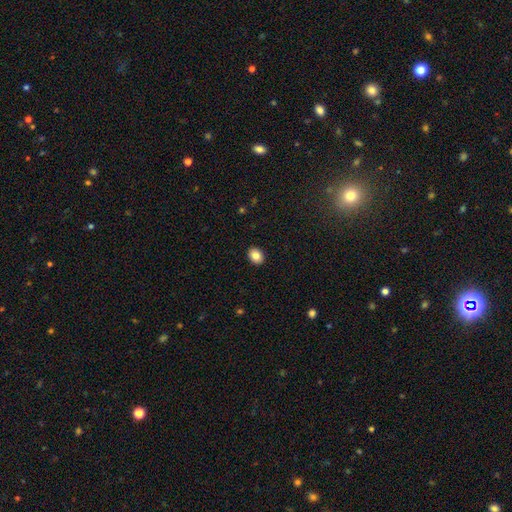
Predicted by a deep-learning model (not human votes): This appears to be a smooth galaxy with no disk features (85%) that is in between round and cigar-shaped (60%). Merging: none (91%).